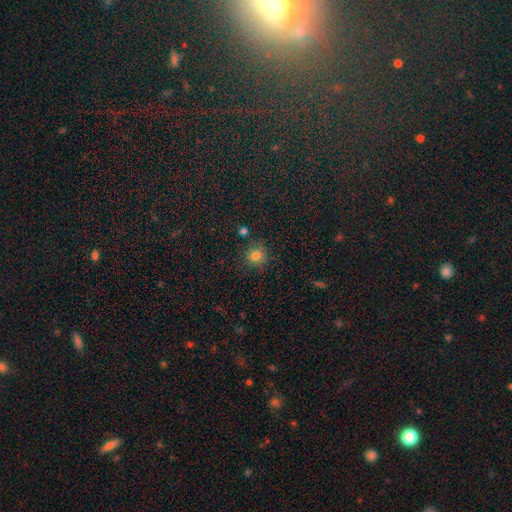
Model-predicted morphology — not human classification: Q: Smooth or featured?
A: smooth (79%); runner-up: star or artifact (15%)
Q: How rounded?
A: round (90%); runner-up: in between (9%)
Q: Merging?
A: none (81%); runner-up: minor disturbance (12%)